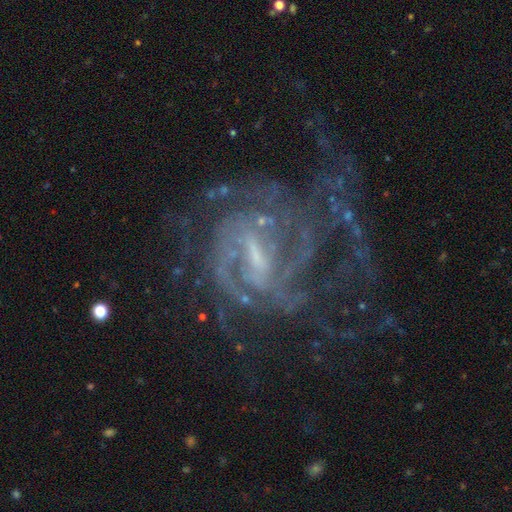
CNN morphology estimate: smooth_or_featured: featured or disk (p=0.85) [alt: star or artifact p=0.09]
disk_edge_on: no (p=0.97) [alt: yes p=0.03]
bar: weak (p=0.49) [alt: strong p=0.34]
has_spiral_arms: yes (p=0.91) [alt: no p=0.09]
spiral_winding: tight (p=0.45) [alt: medium p=0.40]
spiral_arm_count: can't tell (p=0.35) [alt: 2 p=0.22]
bulge_size: small (p=0.51) [alt: moderate p=0.25]
merging: none (p=0.49) [alt: major disturbance p=0.31]